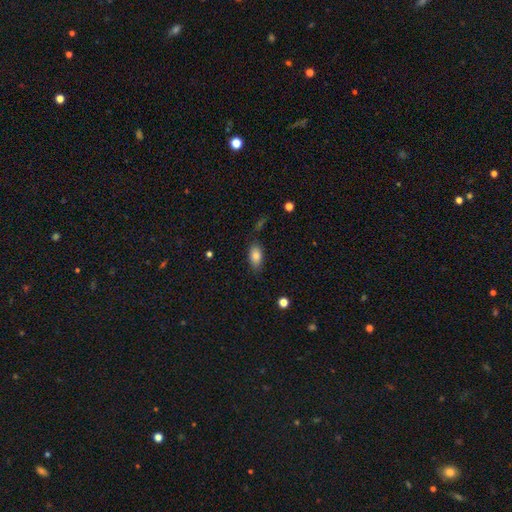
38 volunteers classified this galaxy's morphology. Smooth or featured?
  - smooth: 87% *
  - featured or disk: 8%
  - star or artifact: 5%
How rounded?
  - in between: 94% *
  - round: 3%
  - cigar-shaped: 3%
Merging?
  - none: 72% *
  - minor disturbance: 19%
  - major disturbance: 6%
  - merger: 3%